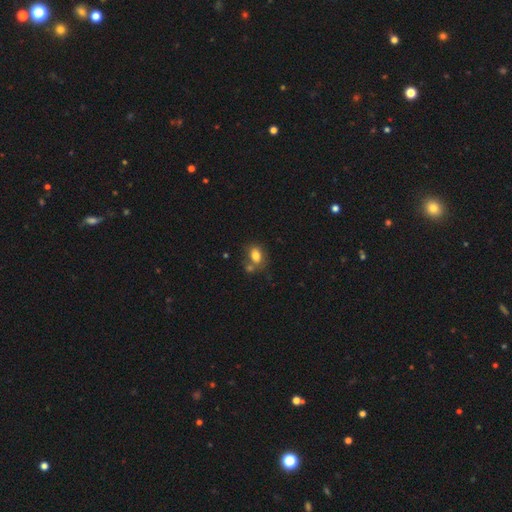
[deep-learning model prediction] A smooth galaxy with no disk features (79%) that is in between round and cigar-shaped (75%). Merging: none (50%).